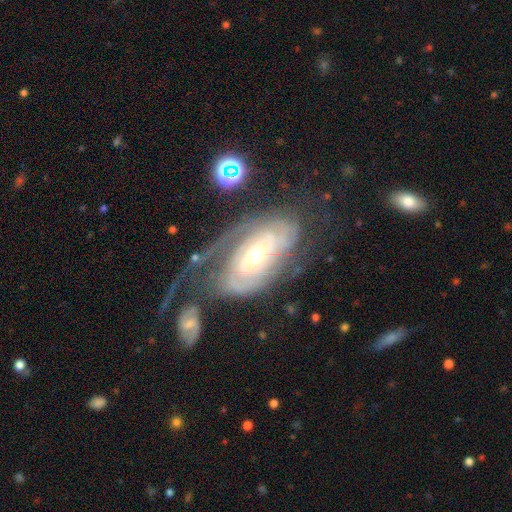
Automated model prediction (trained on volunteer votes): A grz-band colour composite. It shows a featured or disk galaxy (86%) with no bar (63%), tight (68%) spiral arms (93%) and a moderate central bulge (59%). Merging: none (43%).